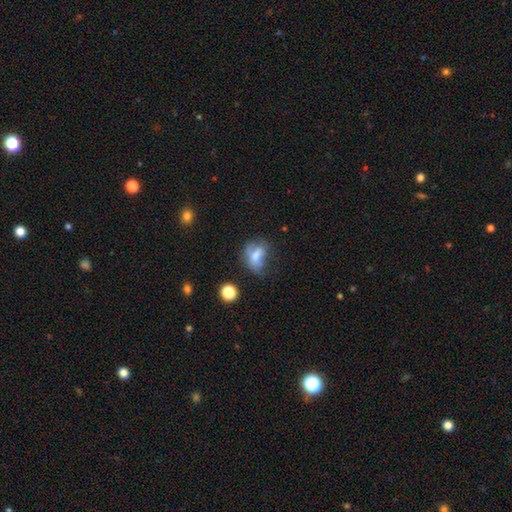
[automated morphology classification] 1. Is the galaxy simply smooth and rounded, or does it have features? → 60% smooth, 27% featured or disk, 13% star or artifact.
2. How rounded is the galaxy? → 70% in between, 27% round, 3% cigar-shaped.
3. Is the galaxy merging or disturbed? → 38% none, 29% minor disturbance, 25% major disturbance, 8% merger.